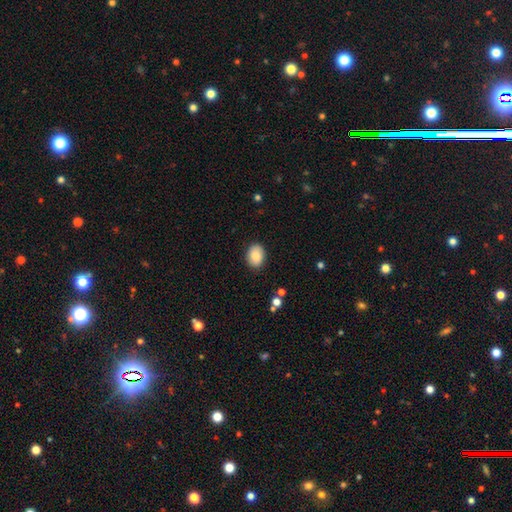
smooth 89%, featured or disk 5%, star or artifact 5%. Down the decision tree: how rounded — in between (52%); merging — none (80%).